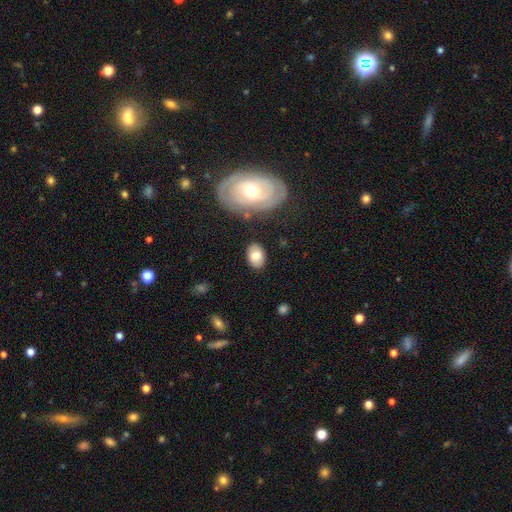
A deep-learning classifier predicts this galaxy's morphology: Smooth or featured?
  - smooth: 75% *
  - featured or disk: 18%
  - star or artifact: 7%
How rounded?
  - in between: 85% *
  - round: 14%
  - cigar-shaped: 1%
Merging?
  - none: 82% *
  - minor disturbance: 12%
  - major disturbance: 4%
  - merger: 3%